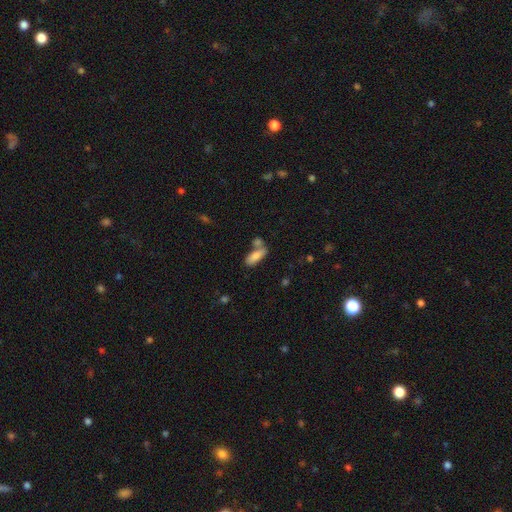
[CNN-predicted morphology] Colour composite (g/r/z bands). It shows a smooth galaxy with no disk features (81%) that is in between round and cigar-shaped (70%). Merging: none (45%).